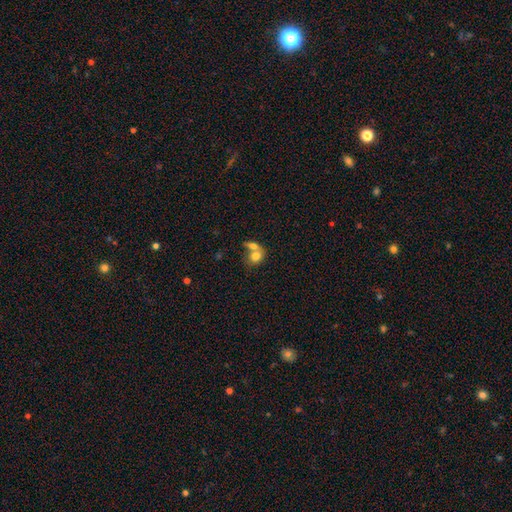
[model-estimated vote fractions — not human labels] smooth-or-featured: smooth: 76% | featured or disk: 16% | star or artifact: 8%
  how-rounded: in between: 50% | round: 49% | cigar-shaped: 2%
  merging: merger: 64% | none: 23% | minor disturbance: 8% | major disturbance: 5%